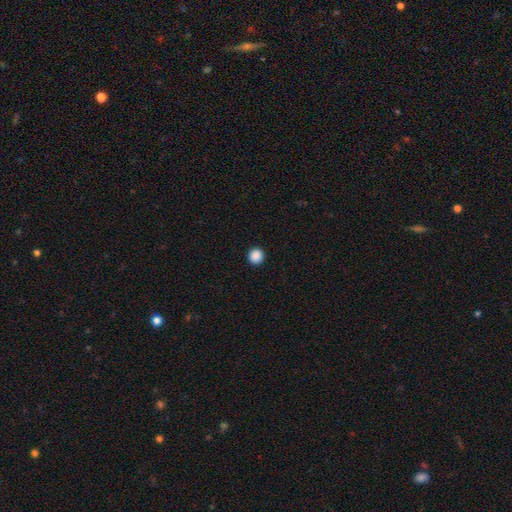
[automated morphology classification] type=smooth (88%); roundness=round (93%); merging=none (93%).